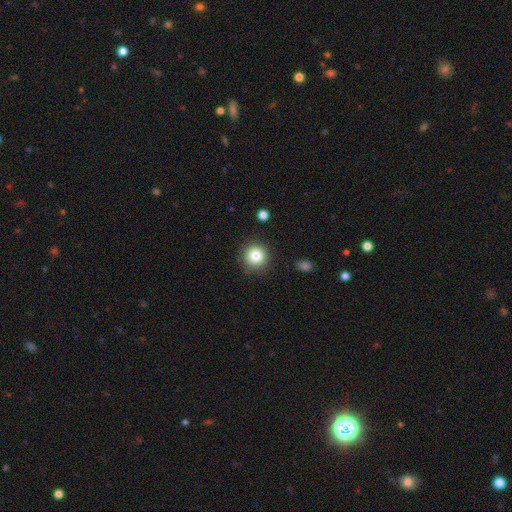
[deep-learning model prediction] Q: Smooth or featured?
A: smooth (81%); runner-up: star or artifact (11%)
Q: How rounded?
A: round (94%); runner-up: in between (5%)
Q: Merging?
A: none (89%); runner-up: minor disturbance (7%)